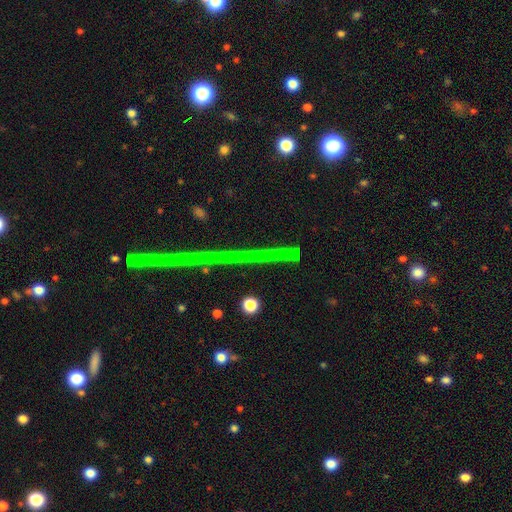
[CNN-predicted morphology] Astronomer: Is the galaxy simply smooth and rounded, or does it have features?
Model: star or artifact — 67%.